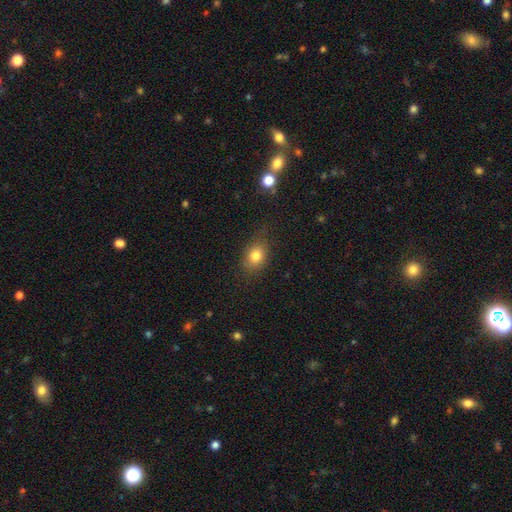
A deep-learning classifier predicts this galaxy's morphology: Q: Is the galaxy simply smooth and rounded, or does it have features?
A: smooth — 79%.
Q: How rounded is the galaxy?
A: in between — 61%.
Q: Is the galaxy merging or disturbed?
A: none — 74%.